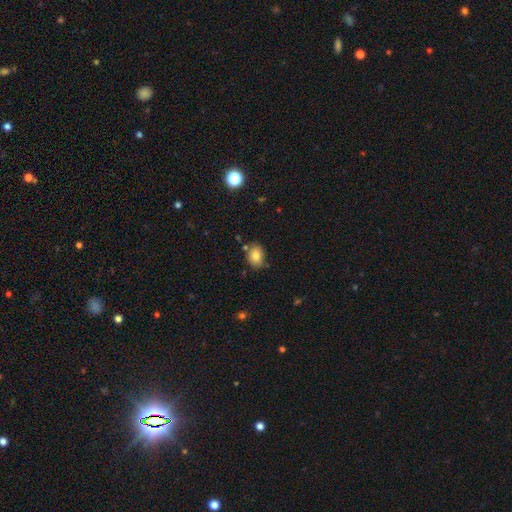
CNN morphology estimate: A smooth galaxy with no disk features (80%) that is in between round and cigar-shaped (71%).

Vote fractions:
- Smooth or featured? smooth: 80% / star or artifact: 10% / featured or disk: 10%
- How rounded? in between: 71% / round: 28% / cigar-shaped: 1%
- Merging? none: 76% / minor disturbance: 15% / merger: 6% / major disturbance: 3%